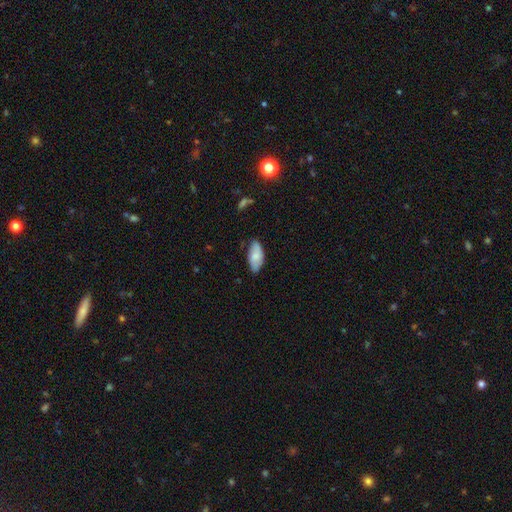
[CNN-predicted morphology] type=smooth (71%); roundness=in between (91%); merging=none (71%).